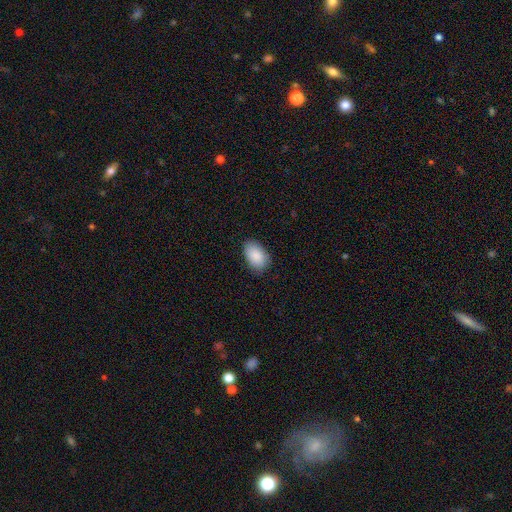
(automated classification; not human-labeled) A smooth galaxy with no disk features (88%) that is in between round and cigar-shaped (92%). Merging: none (81%).